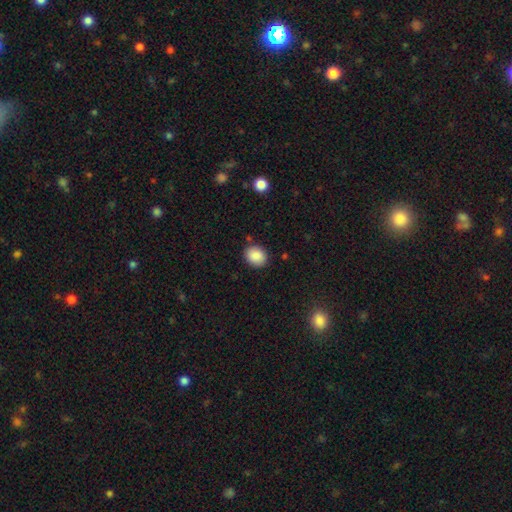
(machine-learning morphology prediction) Smooth or featured? Predicted: smooth (p=0.88). How rounded? Predicted: round (p=0.57). Merging? Predicted: none (p=0.84).